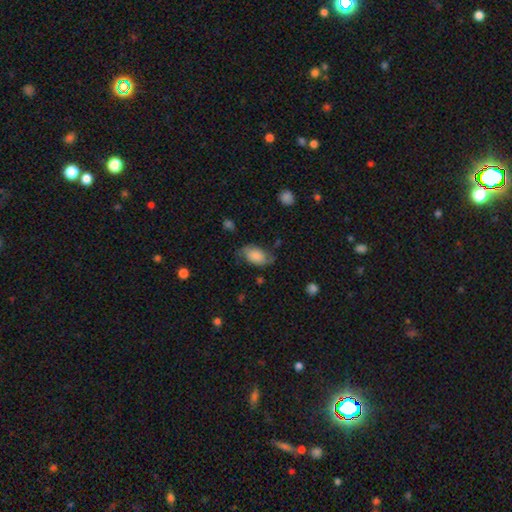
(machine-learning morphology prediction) The model was most divided on "smooth or featured": smooth: 61%, featured or disk: 31%, star or artifact: 8%. More confident: how rounded — in between (90%); merging — none (61%).